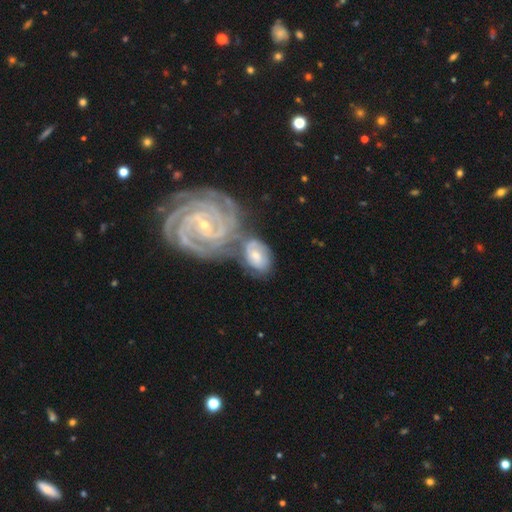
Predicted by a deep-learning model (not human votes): A featured or disk galaxy (68%) with no bar (50%), tight (66%) spiral arms (89%) and a small central bulge (46%, tied with moderate). Merging: merger (47%).